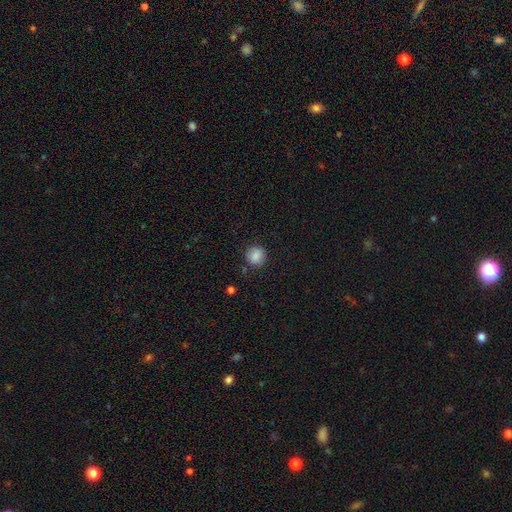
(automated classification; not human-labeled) Smooth or featured? smooth (86%)
How rounded? round (88%)
Merging? none (86%)